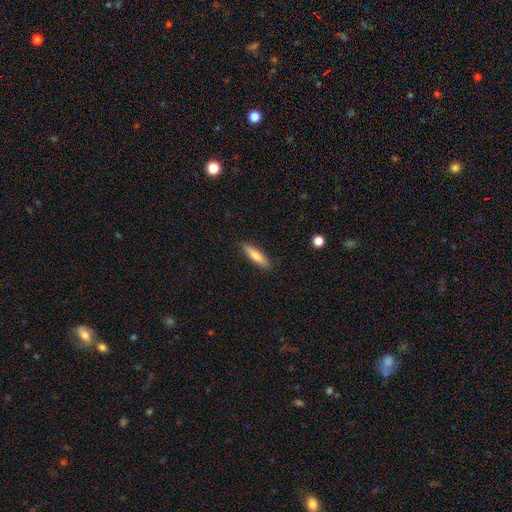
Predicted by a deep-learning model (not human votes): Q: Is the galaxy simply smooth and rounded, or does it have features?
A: smooth — 71%.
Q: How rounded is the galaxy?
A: cigar-shaped — 79%.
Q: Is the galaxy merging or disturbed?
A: none — 89%.